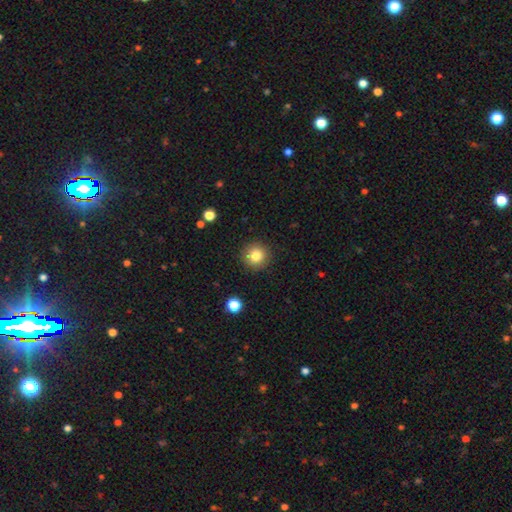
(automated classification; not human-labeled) smooth_or_featured: smooth (p=0.81) [alt: star or artifact p=0.11]
how_rounded: round (p=0.94) [alt: in between p=0.05]
merging: none (p=0.91) [alt: minor disturbance p=0.06]